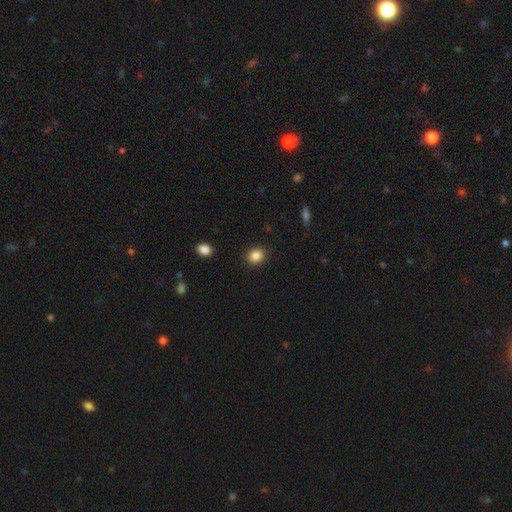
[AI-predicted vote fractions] Morphology: type=smooth (87%); roundness=round (77%); merging=none (90%).